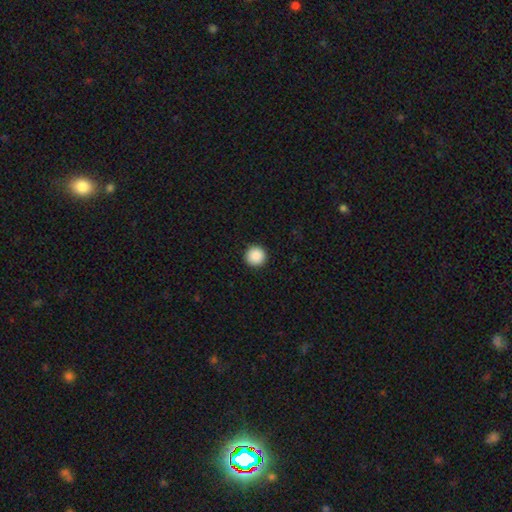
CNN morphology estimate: The model was most divided on "smooth or featured": smooth: 89%, star or artifact: 8%, featured or disk: 2%. More confident: how rounded — round (96%); merging — none (93%).